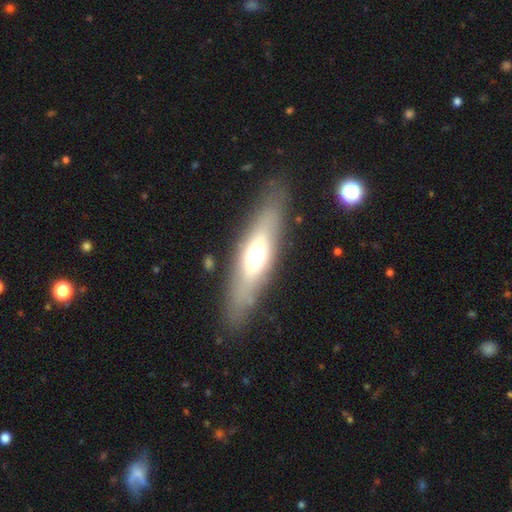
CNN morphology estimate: A smooth galaxy with no disk features (48%).

Vote fractions:
- Smooth or featured? smooth: 48% / featured or disk: 43% / star or artifact: 9%
- Merging? none: 84% / minor disturbance: 10% / major disturbance: 4% / merger: 1%